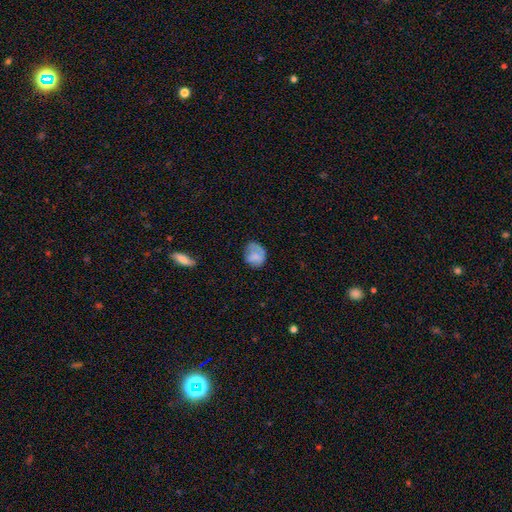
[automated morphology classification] Smooth or featured? smooth (74%)
How rounded? round (62%)
Merging? none (57%)